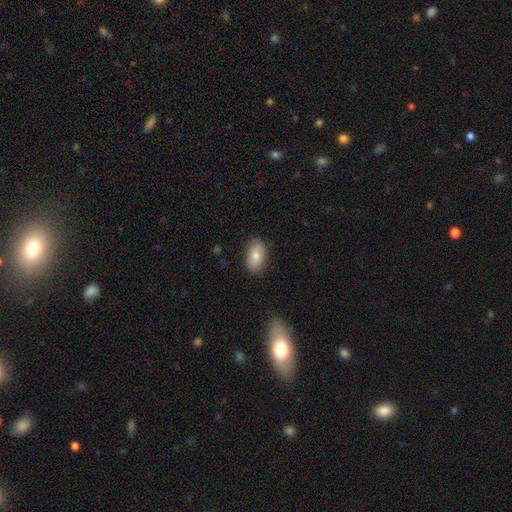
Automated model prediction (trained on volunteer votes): Overall: smooth (82%). How rounded: in between (92%). Merging: none (86%).